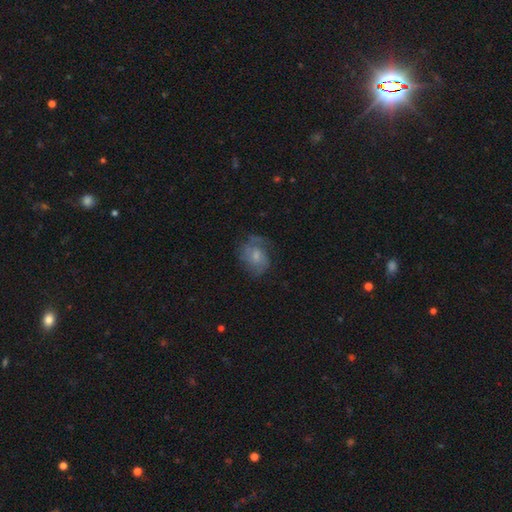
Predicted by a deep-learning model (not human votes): This is possibly a featured or disk galaxy (57%). It is clearly not viewed edge-on (97%). Bar: likely no (60%). Spiral arm pattern: clearly yes (83%). Central bulge: possibly small (49%). Merging: possibly none (55%).